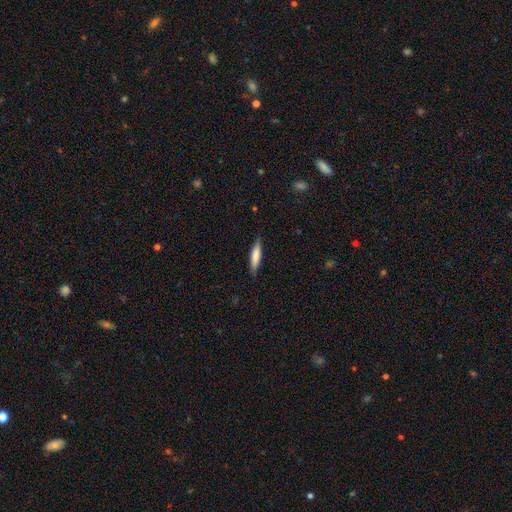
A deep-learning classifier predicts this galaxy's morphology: smooth_or_featured: smooth (p=0.77) [alt: featured or disk p=0.17]
how_rounded: cigar-shaped (p=0.79) [alt: in between p=0.20]
merging: none (p=0.84) [alt: minor disturbance p=0.13]